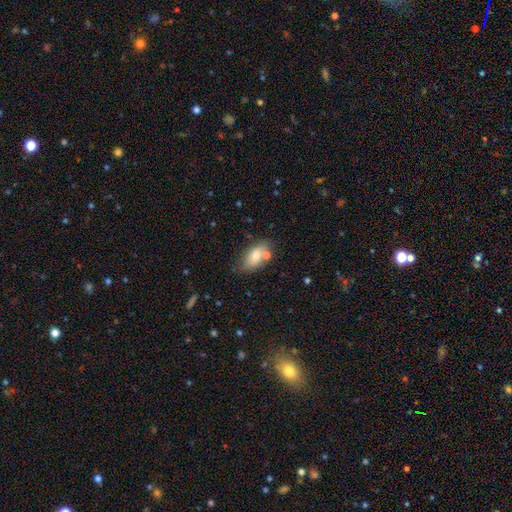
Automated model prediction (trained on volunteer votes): Overall: smooth (71%). How rounded: in between (89%). Merging: none (65%).